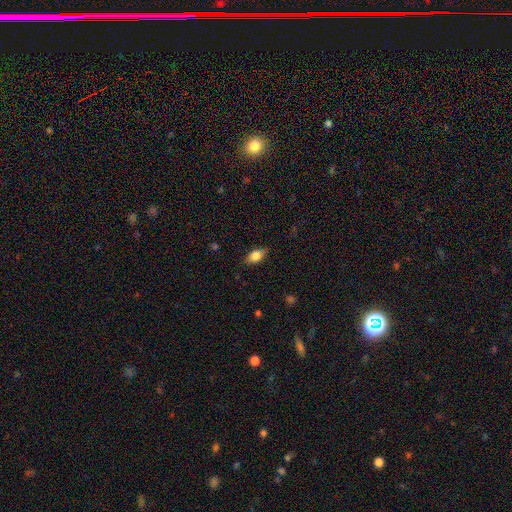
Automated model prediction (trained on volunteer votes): Smooth or featured?
  - smooth: 80% *
  - featured or disk: 12%
  - star or artifact: 8%
How rounded?
  - in between: 86% *
  - round: 9%
  - cigar-shaped: 5%
Merging?
  - none: 81% *
  - minor disturbance: 15%
  - major disturbance: 3%
  - merger: 1%